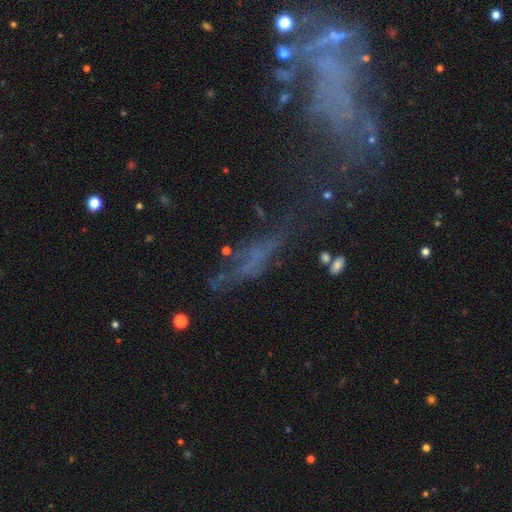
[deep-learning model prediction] Smooth or featured: featured or disk — 46% (star or artifact — 28%)
Merging: major disturbance — 37% (none — 32%)